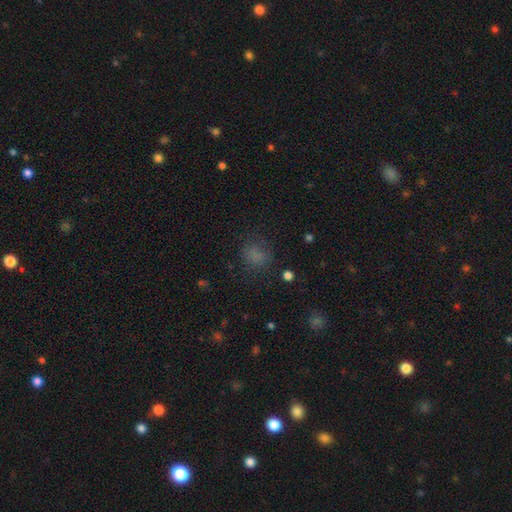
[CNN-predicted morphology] This is likely a smooth galaxy (73%). How rounded: likely round (64%). Merging: likely none (73%).